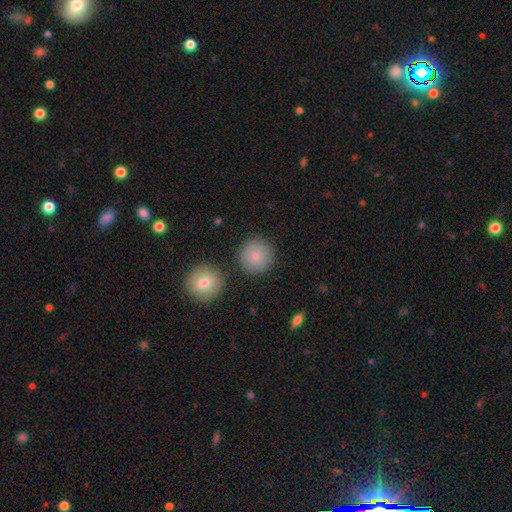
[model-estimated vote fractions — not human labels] Morphology: type=smooth (85%); roundness=round (95%); merging=none (85%).